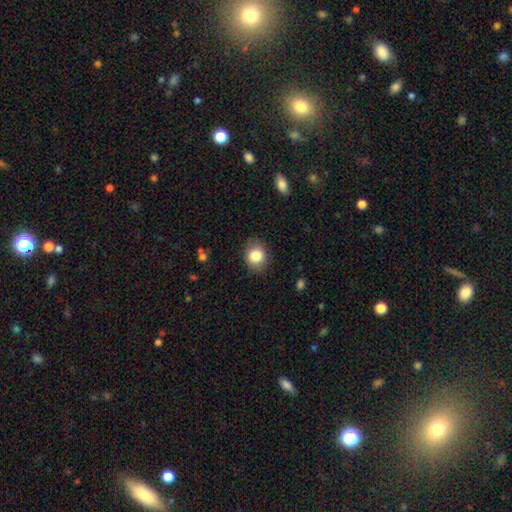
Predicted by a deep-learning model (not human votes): Smooth or featured: smooth — 84% (star or artifact — 9%)
How rounded: round — 60% (in between — 39%)
Merging: none — 86% (minor disturbance — 10%)